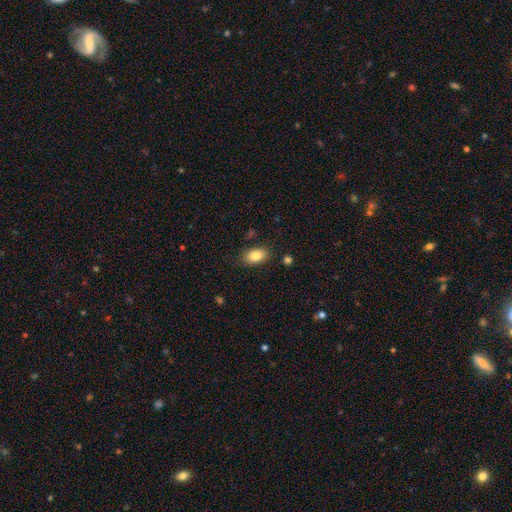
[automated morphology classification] The model was most divided on "merging": none: 83%, minor disturbance: 12%, major disturbance: 3%, merger: 2%. More confident: how rounded — in between (88%); smooth or featured — smooth (84%).